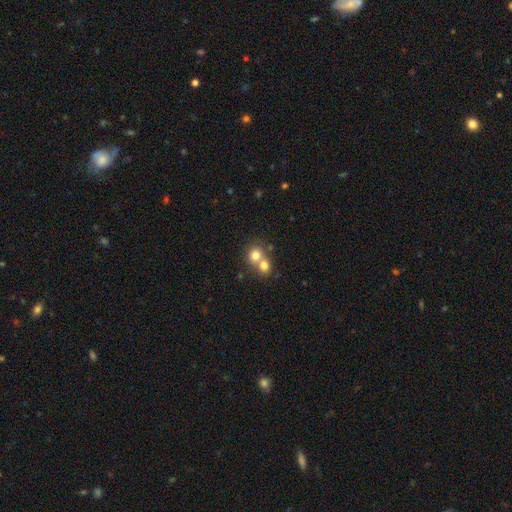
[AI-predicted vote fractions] Smooth or featured?
  - smooth: 76% *
  - featured or disk: 13%
  - star or artifact: 11%
How rounded?
  - round: 78% *
  - in between: 21%
  - cigar-shaped: 1%
Merging?
  - merger: 58% *
  - none: 35%
  - minor disturbance: 5%
  - major disturbance: 2%